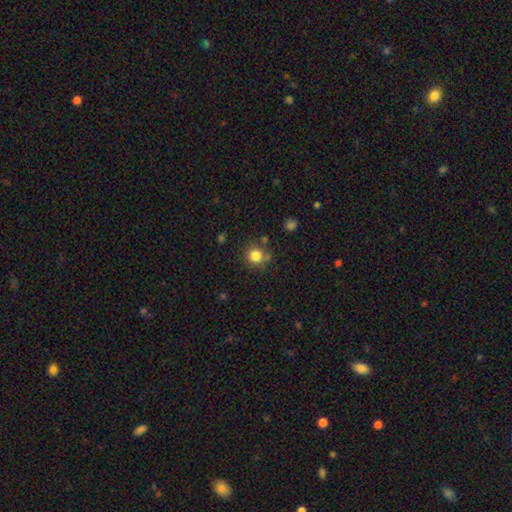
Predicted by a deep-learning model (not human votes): Overall: smooth (83%). How rounded: round (92%). Merging: none (78%).